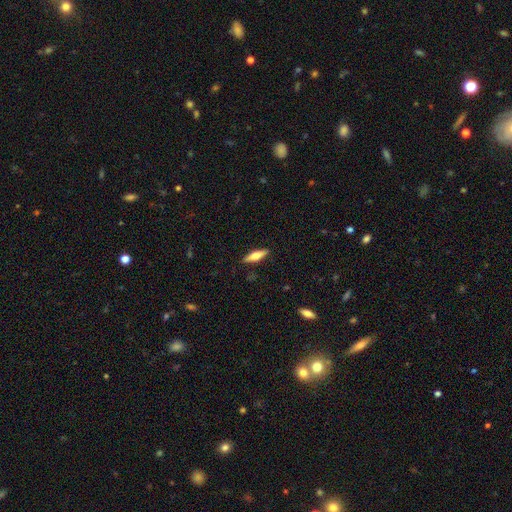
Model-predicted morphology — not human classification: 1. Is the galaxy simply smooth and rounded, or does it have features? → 48% smooth, 46% featured or disk, 6% star or artifact.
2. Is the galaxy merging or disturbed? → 89% none, 8% minor disturbance, 2% major disturbance, 1% merger.